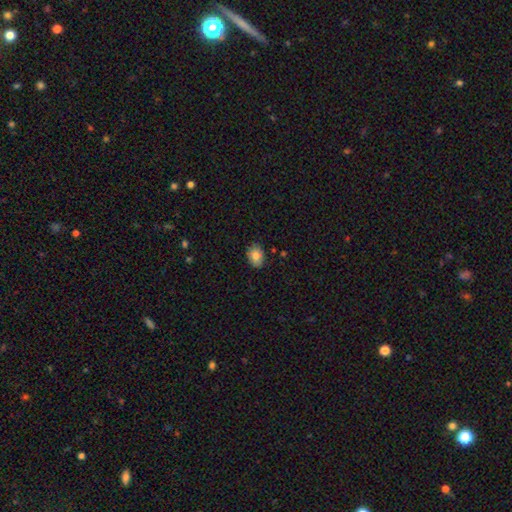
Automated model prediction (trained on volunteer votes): Smooth or featured? Predicted: smooth (p=0.83). How rounded? Predicted: in between (p=0.75). Merging? Predicted: none (p=0.83).